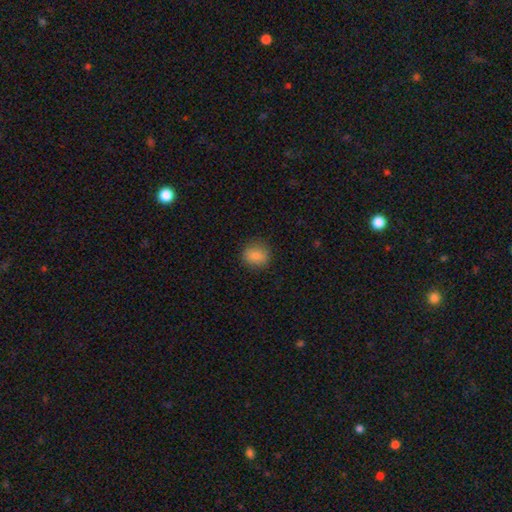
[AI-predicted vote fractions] Smooth or featured?
  - smooth: 86% *
  - star or artifact: 9%
  - featured or disk: 5%
How rounded?
  - round: 72% *
  - in between: 27%
  - cigar-shaped: 1%
Merging?
  - none: 85% *
  - minor disturbance: 11%
  - major disturbance: 3%
  - merger: 1%